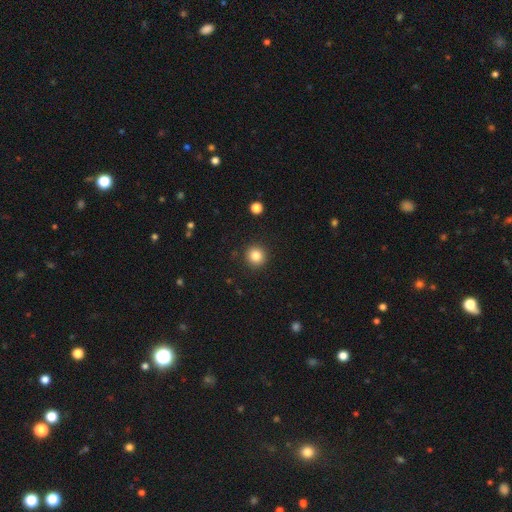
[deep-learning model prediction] A smooth galaxy with no disk features (83%) that is round (93%). Merging: none (91%).